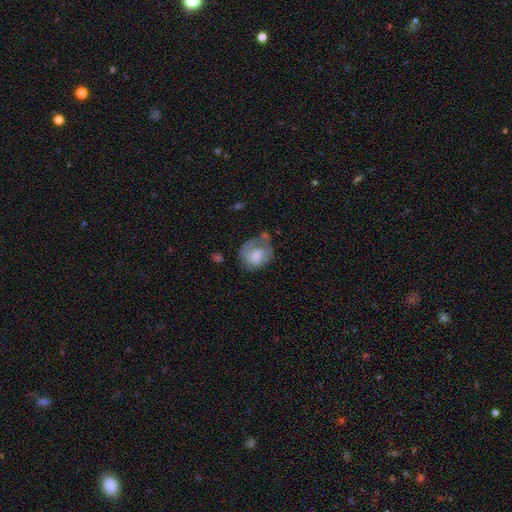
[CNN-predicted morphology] The model was most divided on "smooth or featured": featured or disk: 47%, smooth: 46%, star or artifact: 7%. Remaining: merging — none (36%).